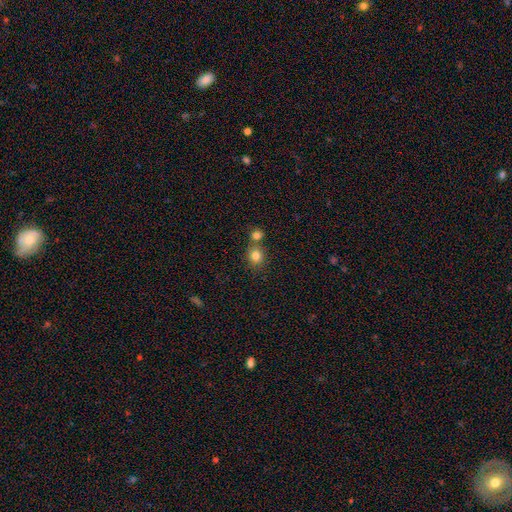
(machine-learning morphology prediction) smooth-or-featured: smooth: 81% | star or artifact: 12% | featured or disk: 7%
  how-rounded: round: 76% | in between: 23% | cigar-shaped: 1%
  merging: none: 55% | merger: 34% | minor disturbance: 8% | major disturbance: 3%